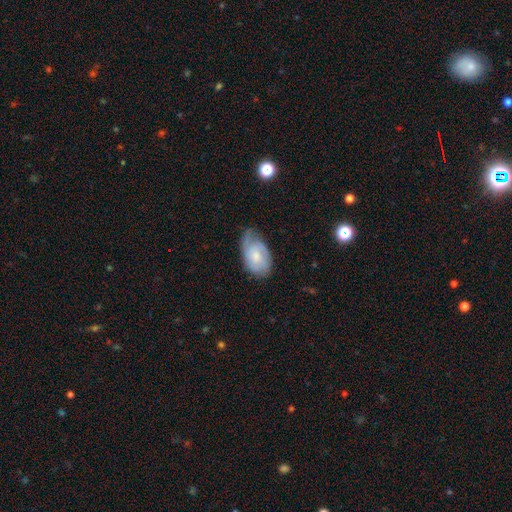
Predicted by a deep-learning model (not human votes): Q: Smooth or featured?
A: featured or disk (49%); runner-up: smooth (45%)
Q: Merging?
A: none (50%); runner-up: minor disturbance (36%)